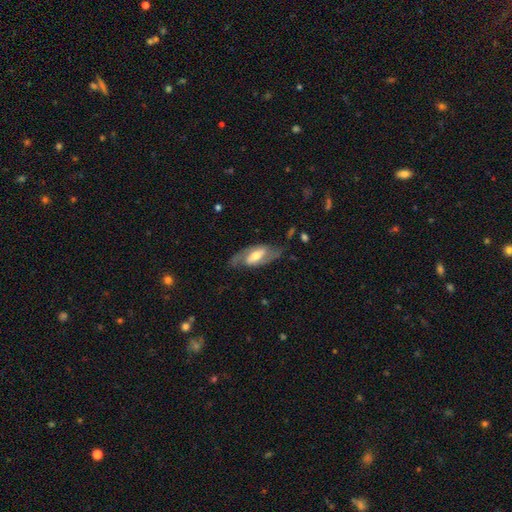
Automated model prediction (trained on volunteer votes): This appears to be a featured or disk galaxy (78%) with a strong bar (42%), 2 (88%) medium (48%) spiral arms (89%) and a moderate central bulge (62%). Merging: none (73%).